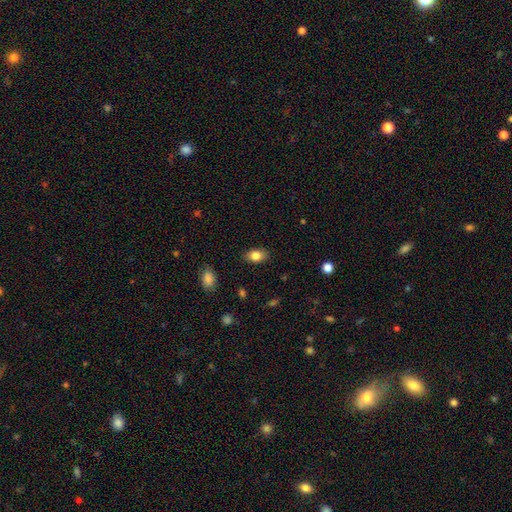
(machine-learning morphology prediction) smooth-or-featured: smooth: 83% | star or artifact: 9% | featured or disk: 8%
  how-rounded: in between: 86% | round: 13% | cigar-shaped: 2%
  merging: none: 86% | minor disturbance: 10% | major disturbance: 2% | merger: 1%